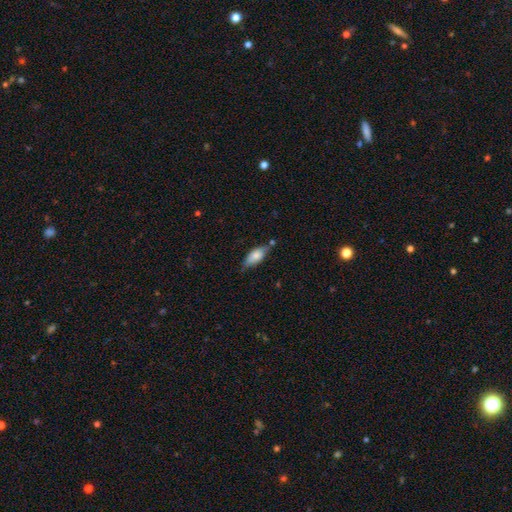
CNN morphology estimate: Smooth or featured? Predicted: smooth (p=0.72). How rounded? Predicted: in between (p=0.80). Merging? Predicted: none (p=0.59).